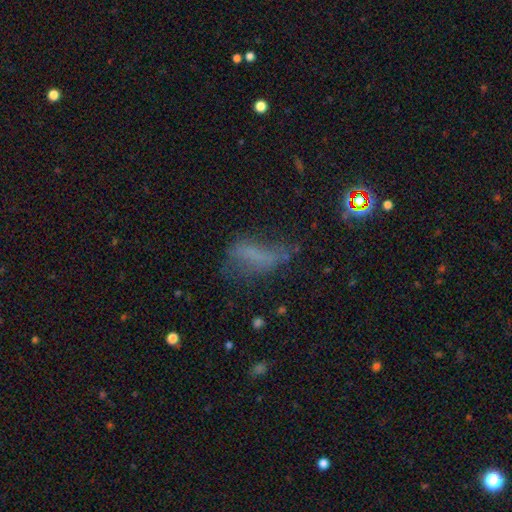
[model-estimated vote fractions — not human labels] Q: Smooth or featured?
A: smooth (46%); runner-up: featured or disk (31%)
Q: Merging?
A: major disturbance (36%); runner-up: none (33%)